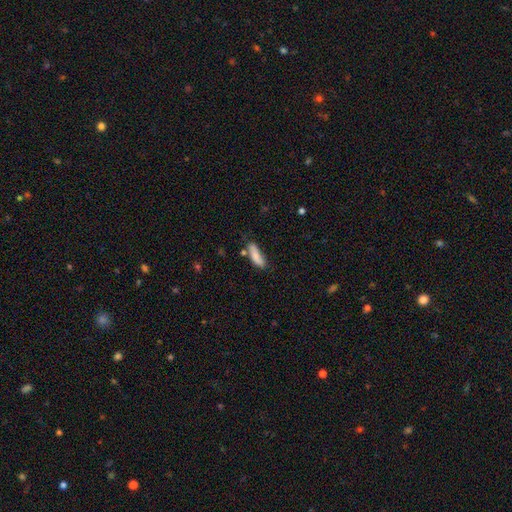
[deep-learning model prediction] smooth-or-featured: smooth: 82% | featured or disk: 11% | star or artifact: 7%
  how-rounded: in between: 49% | cigar-shaped: 48% | round: 2%
  merging: none: 59% | minor disturbance: 24% | merger: 10% | major disturbance: 6%